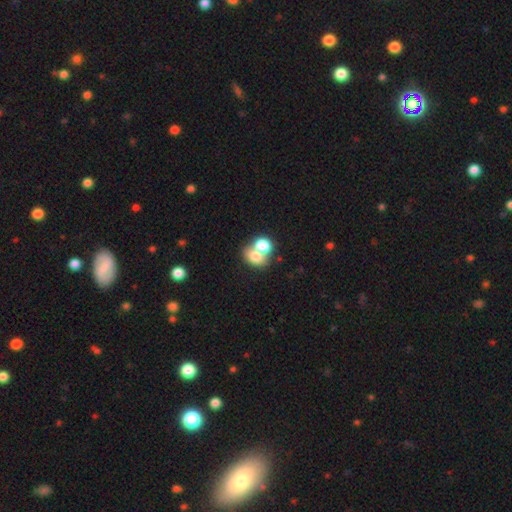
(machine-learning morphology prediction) This is likely a smooth galaxy (72%). How rounded: possibly in between (49%, tied with round). Merging: likely merger (64%).